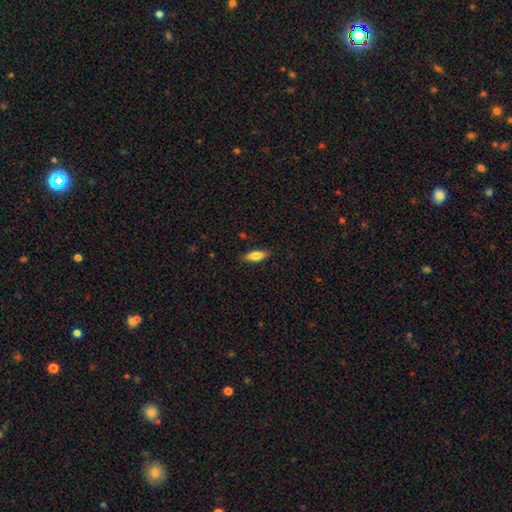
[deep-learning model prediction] Q: Smooth or featured?
A: smooth (78%); runner-up: featured or disk (16%)
Q: How rounded?
A: in between (55%); runner-up: cigar-shaped (43%)
Q: Merging?
A: none (86%); runner-up: minor disturbance (10%)